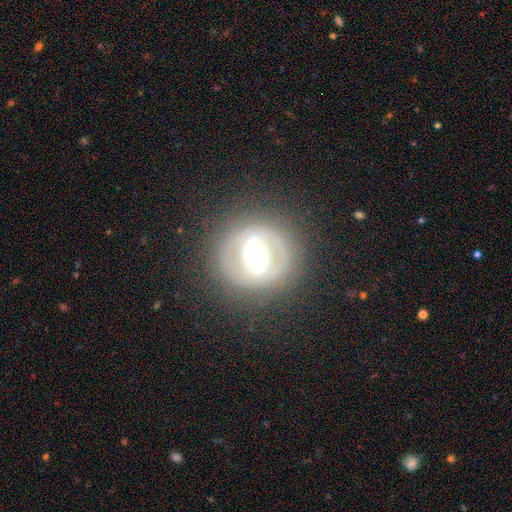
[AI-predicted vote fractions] smooth_or_featured: featured or disk (p=0.72) [alt: smooth p=0.19]
disk_edge_on: no (p=0.88) [alt: yes p=0.12]
bar: strong (p=0.71) [alt: weak p=0.19]
has_spiral_arms: no (p=0.72) [alt: yes p=0.28]
bulge_size: moderate (p=0.51) [alt: large p=0.34]
merging: none (p=0.80) [alt: minor disturbance p=0.11]